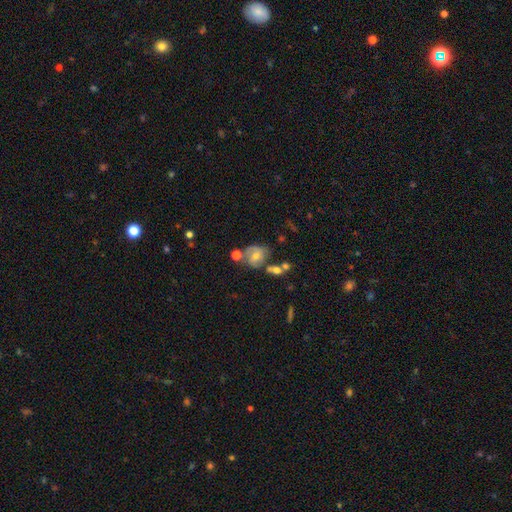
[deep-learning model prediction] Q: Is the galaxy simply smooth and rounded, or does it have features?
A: featured or disk — 48%.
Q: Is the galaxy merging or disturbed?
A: none — 49%.